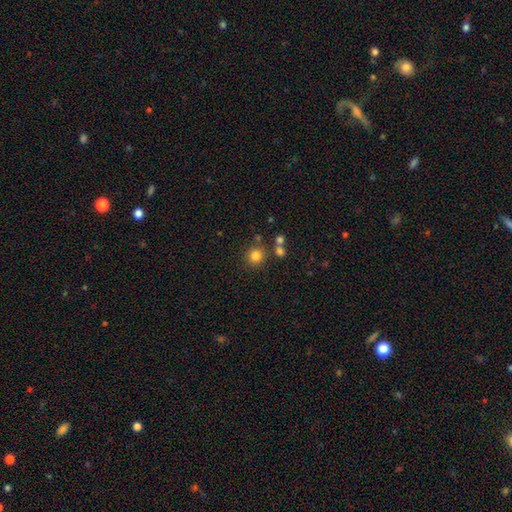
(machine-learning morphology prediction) Smooth or featured?
  - smooth: 82% *
  - star or artifact: 12%
  - featured or disk: 6%
How rounded?
  - round: 90% *
  - in between: 9%
  - cigar-shaped: 1%
Merging?
  - none: 79% *
  - merger: 9%
  - minor disturbance: 8%
  - major disturbance: 3%